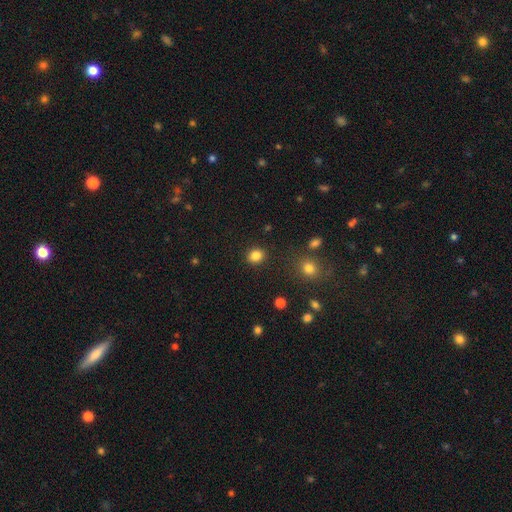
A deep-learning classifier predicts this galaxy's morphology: The model was most divided on "how rounded": round: 72%, in between: 27%, cigar-shaped: 1%. More confident: merging — none (89%); smooth or featured — smooth (85%).